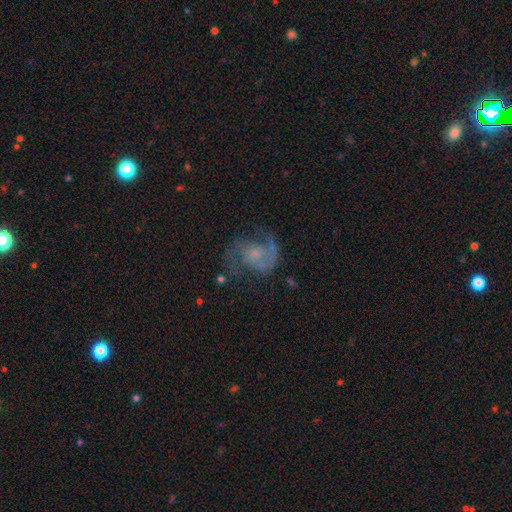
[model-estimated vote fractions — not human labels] This appears to be a featured or disk galaxy (79%) with no bar (65%), 2 (84%) medium (52%) spiral arms (91%) and a small central bulge (46%). Merging: none (60%).